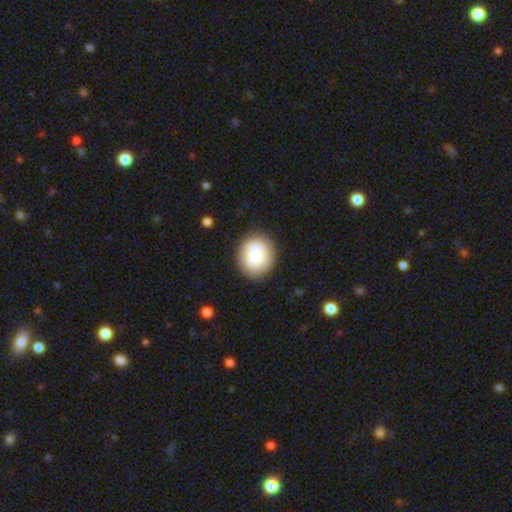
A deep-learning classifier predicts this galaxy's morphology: This is likely a smooth galaxy (79%). How rounded: likely round (76%). Merging: clearly none (81%).